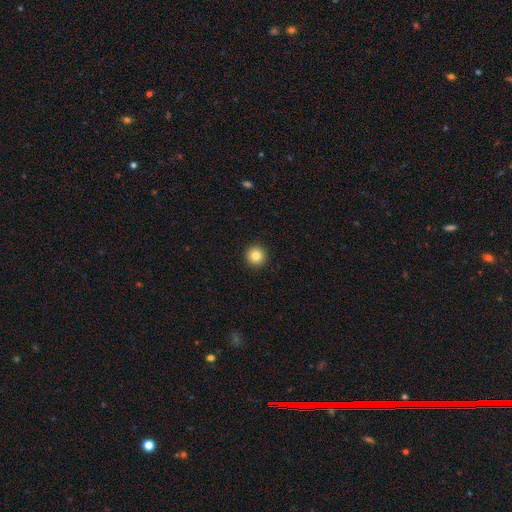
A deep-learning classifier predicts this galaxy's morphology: smooth_or_featured: smooth (p=0.84) [alt: star or artifact p=0.11]
how_rounded: round (p=0.96) [alt: in between p=0.03]
merging: none (p=0.94) [alt: minor disturbance p=0.04]